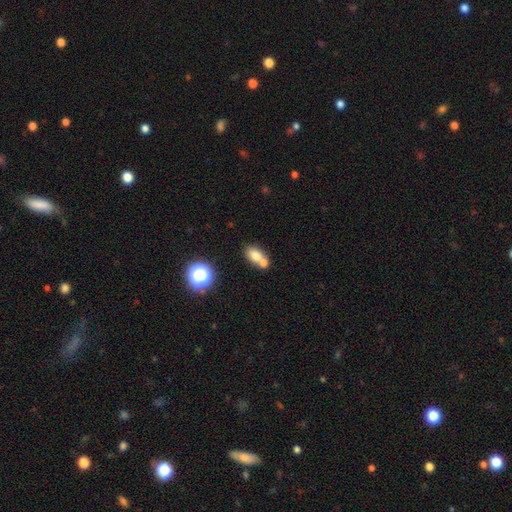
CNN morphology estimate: smooth-or-featured: smooth: 73% | featured or disk: 15% | star or artifact: 12%
  how-rounded: in between: 74% | round: 24% | cigar-shaped: 2%
  merging: merger: 49% | none: 38% | minor disturbance: 9% | major disturbance: 3%